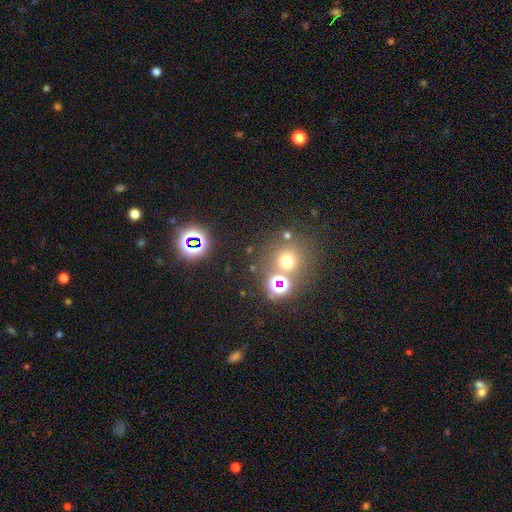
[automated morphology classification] Smooth or featured? star or artifact (62%)